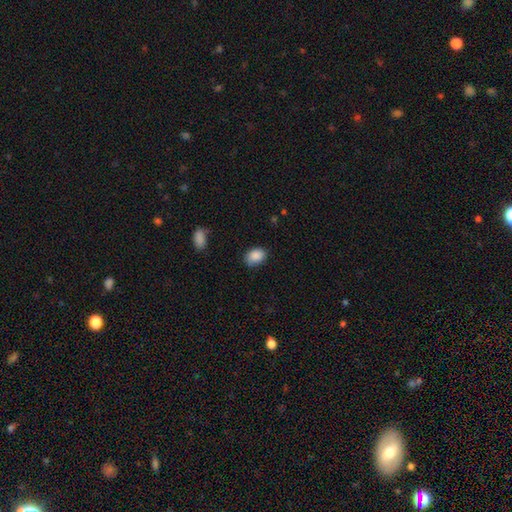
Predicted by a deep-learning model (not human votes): Smooth or featured? Predicted: smooth (p=0.88). How rounded? Predicted: in between (p=0.75). Merging? Predicted: none (p=0.74).